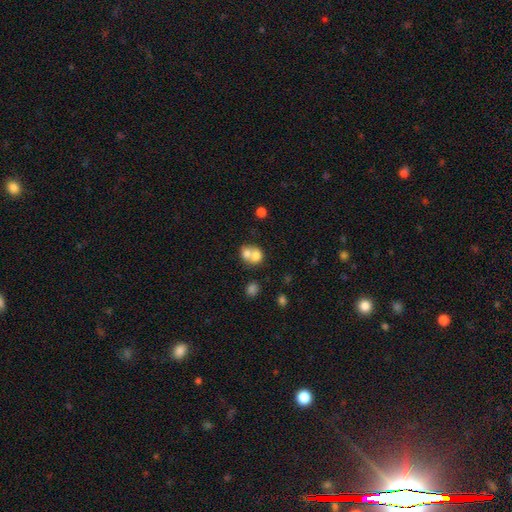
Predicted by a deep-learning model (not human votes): Morphology: type=smooth (71%); roundness=round (61%); merging=merger (70%).